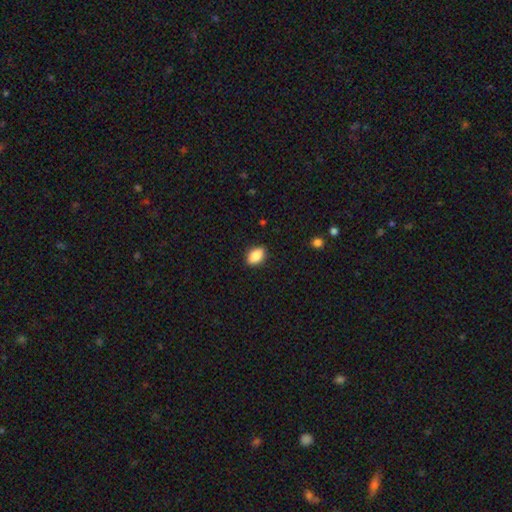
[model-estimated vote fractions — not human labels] Smooth or featured? smooth (86%)
How rounded? in between (87%)
Merging? none (87%)